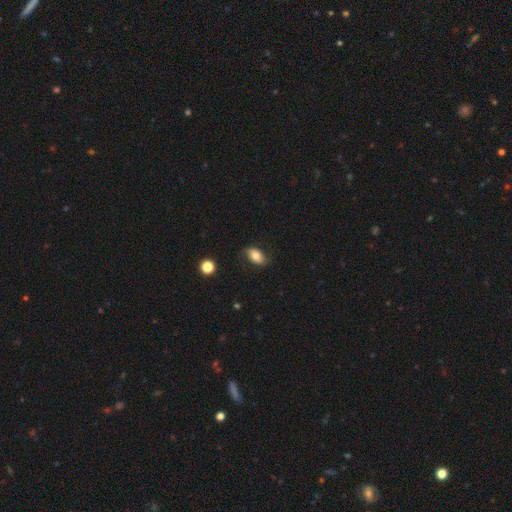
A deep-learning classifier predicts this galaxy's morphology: A smooth galaxy with no disk features (73%) that is in between round and cigar-shaped (89%).

Vote fractions:
- Smooth or featured? smooth: 73% / featured or disk: 18% / star or artifact: 9%
- How rounded? in between: 89% / round: 9% / cigar-shaped: 2%
- Merging? none: 76% / minor disturbance: 17% / major disturbance: 5% / merger: 1%